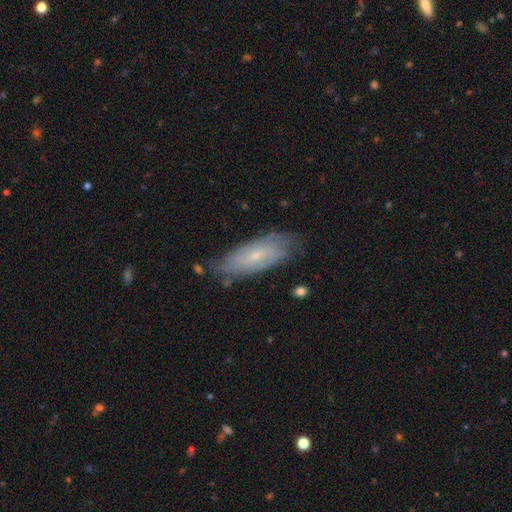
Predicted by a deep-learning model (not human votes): This is possibly a featured or disk galaxy (51%). It is clearly not viewed edge-on (81%). Merging: likely none (70%).